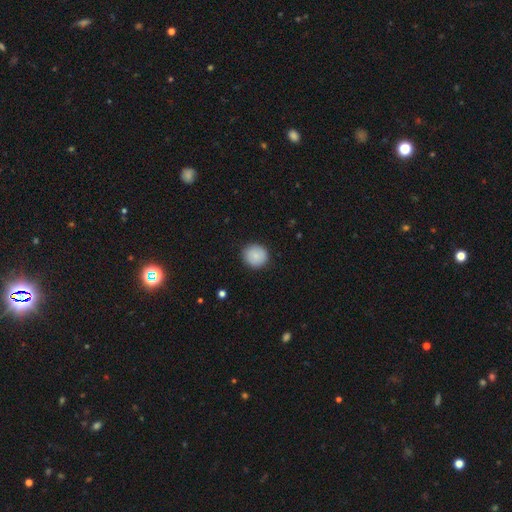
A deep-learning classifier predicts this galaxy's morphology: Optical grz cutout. It shows a smooth galaxy with no disk features (86%) that is round (91%). Merging: none (90%).